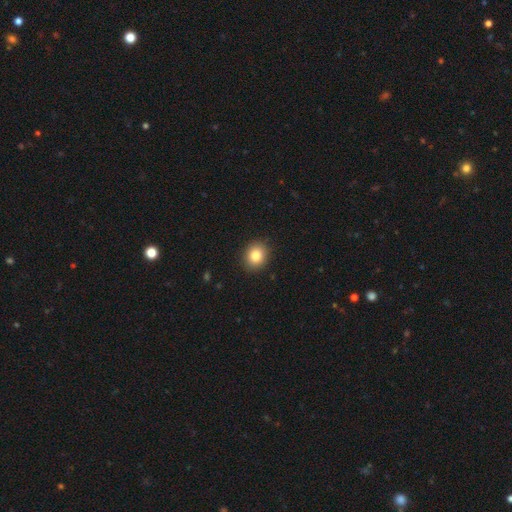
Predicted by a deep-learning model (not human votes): smooth_or_featured: smooth (p=0.83) [alt: star or artifact p=0.10]
how_rounded: round (p=0.72) [alt: in between p=0.27]
merging: none (p=0.90) [alt: minor disturbance p=0.07]